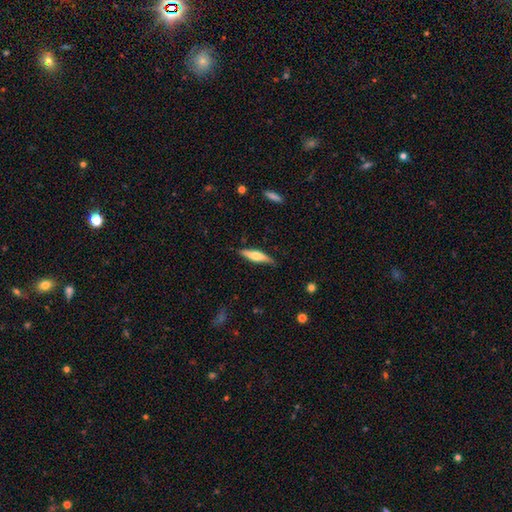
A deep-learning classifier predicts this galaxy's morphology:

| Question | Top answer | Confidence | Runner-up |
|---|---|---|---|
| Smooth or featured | featured or disk | 49% | smooth (45%) |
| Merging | none | 81% | minor disturbance (15%) |